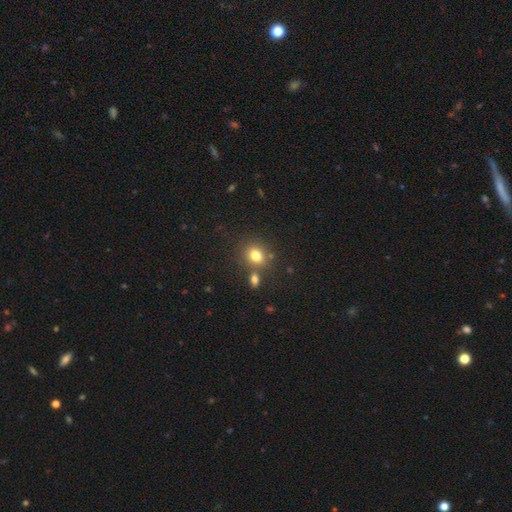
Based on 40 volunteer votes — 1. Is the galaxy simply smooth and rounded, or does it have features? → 82% smooth, 10% featured or disk, 8% star or artifact.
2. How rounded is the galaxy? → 67% round, 33% in between, 0% cigar-shaped.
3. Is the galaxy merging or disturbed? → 73% none, 24% merger, 3% minor disturbance, 0% major disturbance.